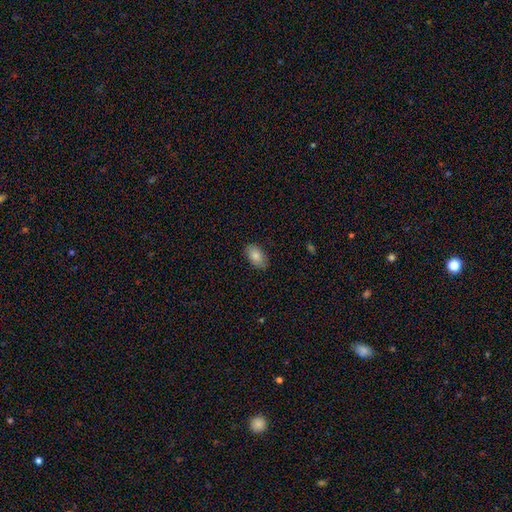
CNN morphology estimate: Smooth or featured? Predicted: smooth (p=0.84). How rounded? Predicted: in between (p=0.93). Merging? Predicted: none (p=0.85).